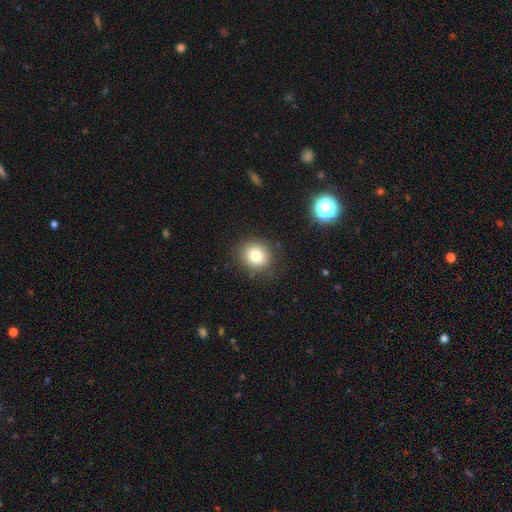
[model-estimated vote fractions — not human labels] A smooth galaxy with no disk features (81%) that is round (84%).

Vote fractions:
- Smooth or featured? smooth: 81% / star or artifact: 11% / featured or disk: 8%
- How rounded? round: 84% / in between: 16% / cigar-shaped: 1%
- Merging? none: 86% / minor disturbance: 9% / major disturbance: 3% / merger: 1%